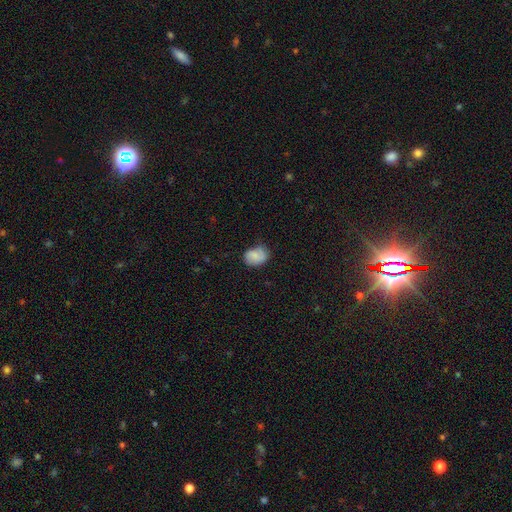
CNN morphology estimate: Smooth or featured? smooth (76%)
How rounded? in between (61%)
Merging? none (59%)